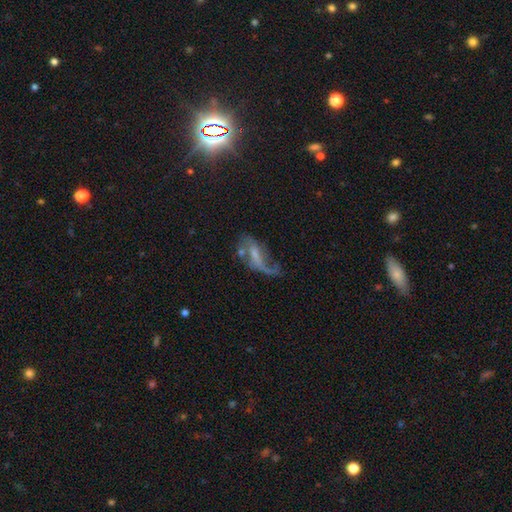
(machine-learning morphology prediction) smooth_or_featured: featured or disk (p=0.66) [alt: smooth p=0.23]
disk_edge_on: no (p=0.91) [alt: yes p=0.09]
bar: weak (p=0.40) [tied with: no p=0.40]
has_spiral_arms: yes (p=0.72) [alt: no p=0.28]
bulge_size: small (p=0.41) [alt: none p=0.32]
merging: major disturbance (p=0.39) [alt: none p=0.30]